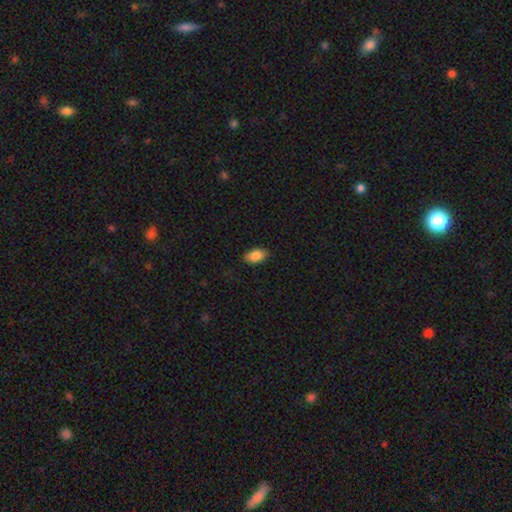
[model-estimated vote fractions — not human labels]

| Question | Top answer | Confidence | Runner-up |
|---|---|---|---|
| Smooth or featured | smooth | 86% | star or artifact (7%) |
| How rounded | in between | 92% | round (5%) |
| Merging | none | 87% | minor disturbance (10%) |